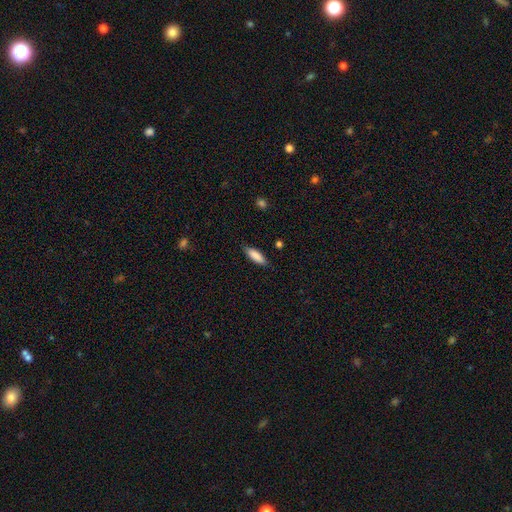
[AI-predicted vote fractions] This is clearly a smooth galaxy (86%). How rounded: possibly in between (56%). Merging: clearly none (82%).